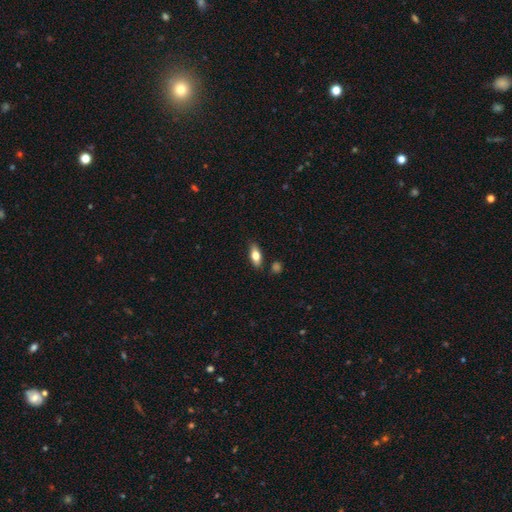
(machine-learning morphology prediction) type=smooth (69%); roundness=in between (79%); merging=none (82%).